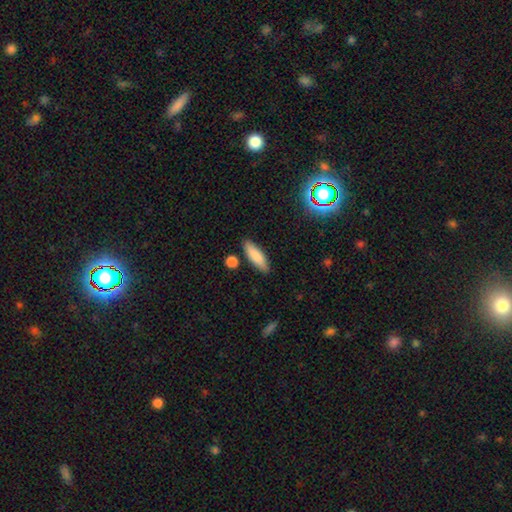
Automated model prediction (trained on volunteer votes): Morphology: type=smooth (83%); roundness=cigar-shaped (49%, tied with in between); merging=none (84%).